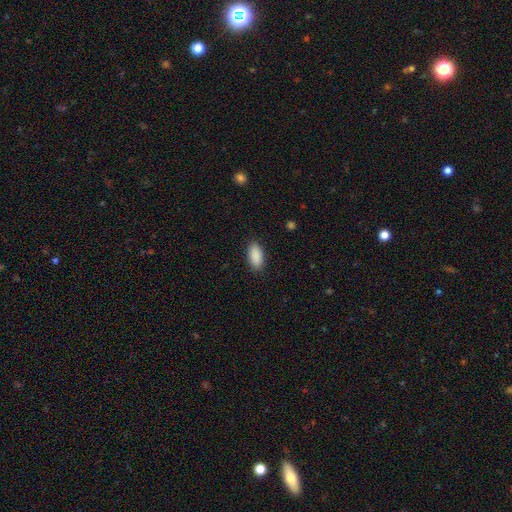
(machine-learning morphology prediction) A smooth galaxy with no disk features (91%) that is in between round and cigar-shaped (91%). Merging: none (89%).